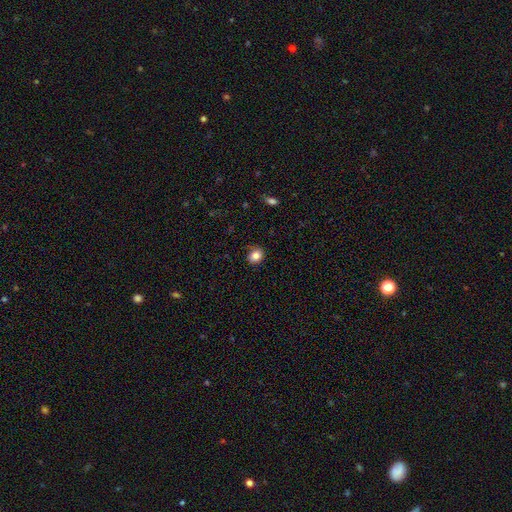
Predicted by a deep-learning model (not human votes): A smooth galaxy with no disk features (82%) that is round (59%).

Vote fractions:
- Smooth or featured? smooth: 82% / star or artifact: 10% / featured or disk: 8%
- How rounded? round: 59% / in between: 40% / cigar-shaped: 1%
- Merging? none: 82% / minor disturbance: 14% / major disturbance: 3% / merger: 1%